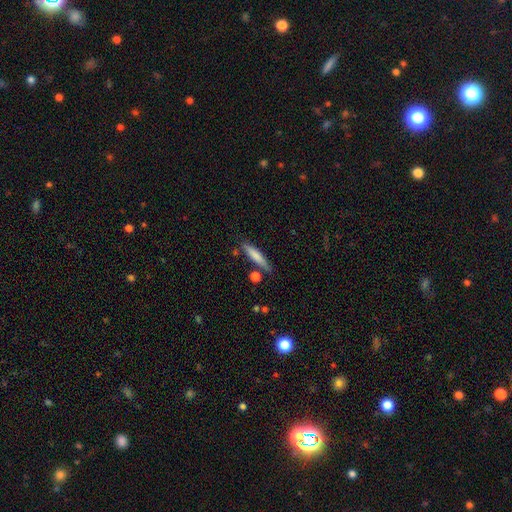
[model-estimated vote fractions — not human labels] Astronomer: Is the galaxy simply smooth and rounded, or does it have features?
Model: smooth — 74%.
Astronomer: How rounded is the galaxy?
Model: cigar-shaped — 86%.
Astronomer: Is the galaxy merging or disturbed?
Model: none — 77%.